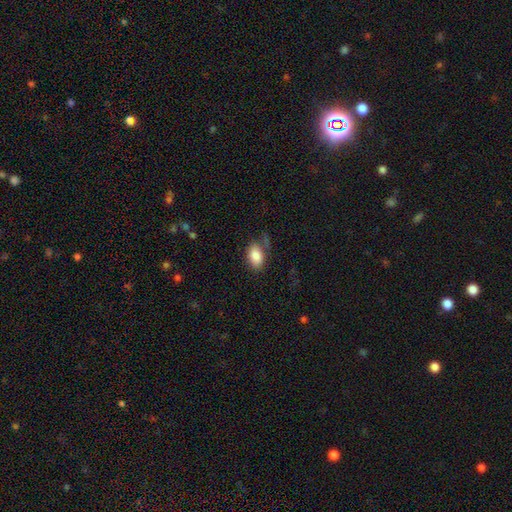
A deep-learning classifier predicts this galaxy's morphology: smooth_or_featured: smooth (p=0.85) [alt: star or artifact p=0.07]
how_rounded: in between (p=0.91) [alt: round p=0.08]
merging: none (p=0.64) [alt: minor disturbance p=0.22]